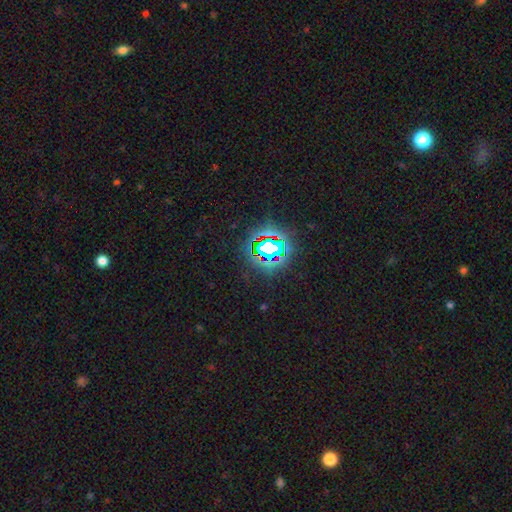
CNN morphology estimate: Smooth or featured? Predicted: star or artifact (p=0.84).